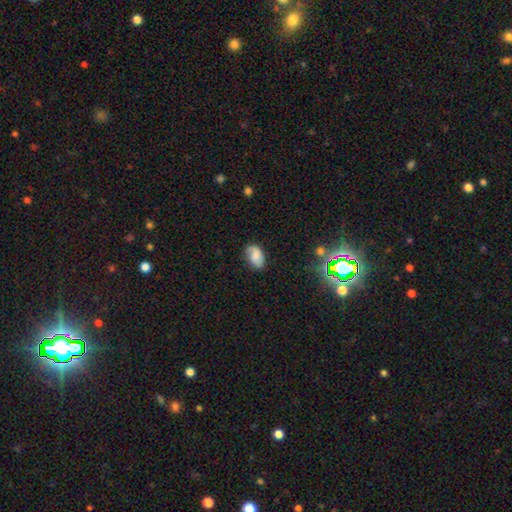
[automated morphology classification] smooth 61%, featured or disk 29%, star or artifact 10%. Down the decision tree: how rounded — in between (86%); merging — none (66%).